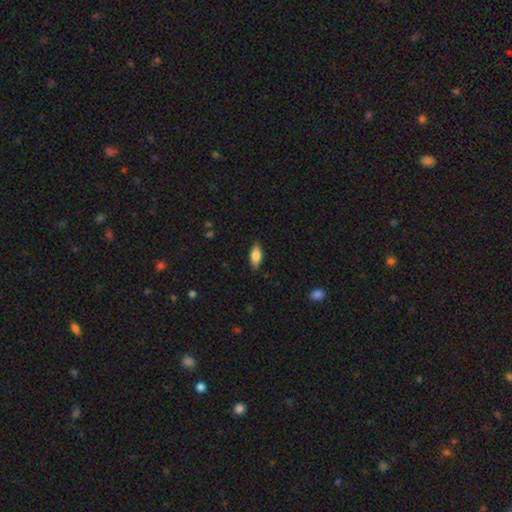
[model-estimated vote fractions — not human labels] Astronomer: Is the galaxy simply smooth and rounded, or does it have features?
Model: smooth — 80%.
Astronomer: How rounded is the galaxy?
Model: in between — 81%.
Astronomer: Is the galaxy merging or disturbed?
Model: none — 87%.